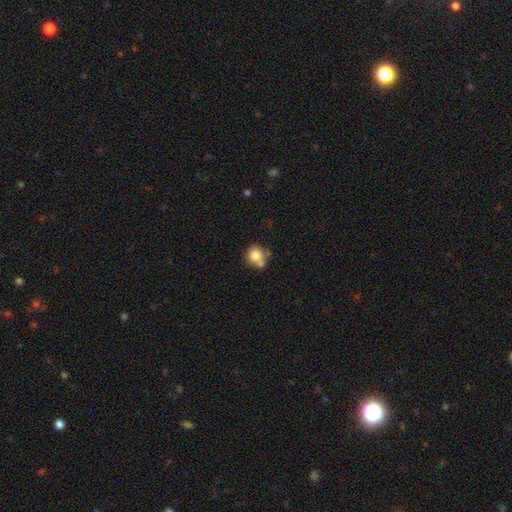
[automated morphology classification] Smooth or featured? Predicted: smooth (p=0.77). How rounded? Predicted: round (p=0.85). Merging? Predicted: none (p=0.54).